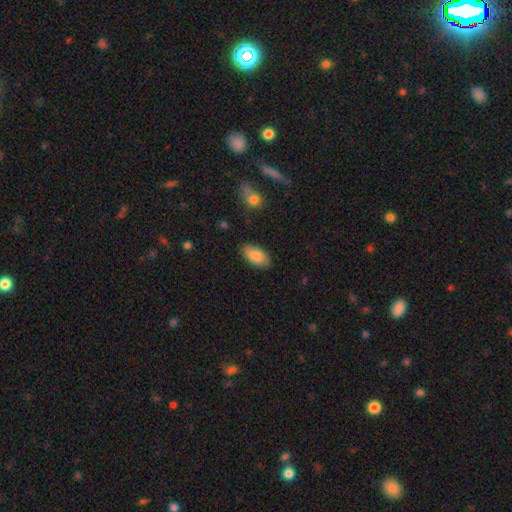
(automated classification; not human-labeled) A smooth galaxy with no disk features (87%) that is in between round and cigar-shaped (94%). Merging: none (85%).